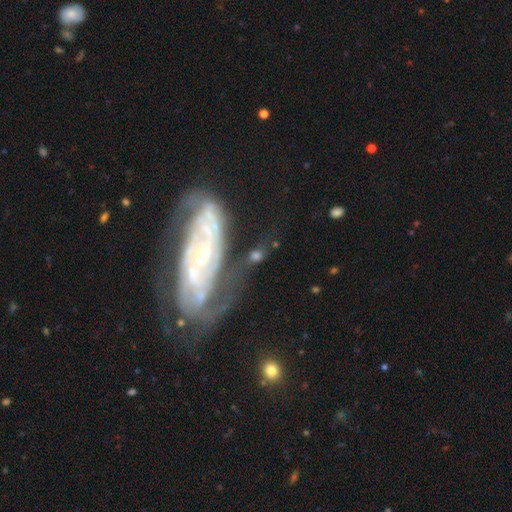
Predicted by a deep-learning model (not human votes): smooth_or_featured: featured or disk (p=0.73) [alt: smooth p=0.17]
disk_edge_on: no (p=0.88) [alt: yes p=0.12]
bar: no (p=0.50) [alt: weak p=0.30]
has_spiral_arms: yes (p=0.86) [alt: no p=0.14]
spiral_winding: tight (p=0.47) [alt: medium p=0.36]
spiral_arm_count: 2 (p=0.45) [alt: can't tell p=0.27]
bulge_size: small (p=0.63) [alt: moderate p=0.30]
merging: none (p=0.50) [alt: minor disturbance p=0.21]